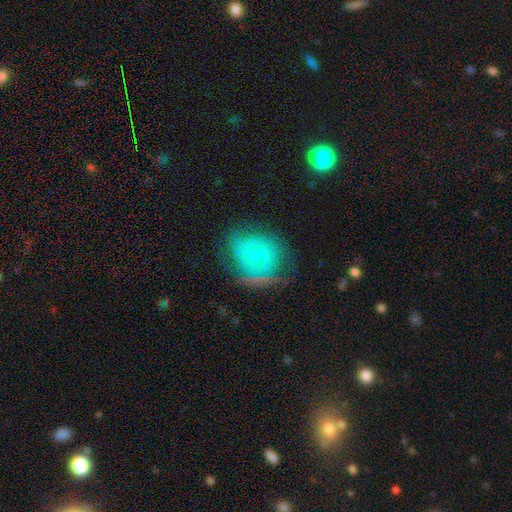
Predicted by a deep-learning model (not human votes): Smooth or featured?
  - featured or disk: 65% *
  - smooth: 27%
  - star or artifact: 9%
Edge-on disk?
  - no: 97% *
  - yes: 3%
Bar?
  - no: 78% *
  - weak: 19%
  - strong: 3%
Spiral arms?
  - yes: 82% *
  - no: 18%
Spiral winding?
  - tight: 59% *
  - medium: 29%
  - loose: 12%
Spiral arm count?
  - can't tell: 43% *
  - 2: 27%
  - 3: 12%
  - 1: 9%
  - 4: 5%
  - more than 4: 4%
Bulge size?
  - small: 72% *
  - moderate: 23%
  - none: 2%
  - large: 1%
  - dominant: 1%
Merging?
  - none: 58% *
  - minor disturbance: 24%
  - major disturbance: 16%
  - merger: 3%